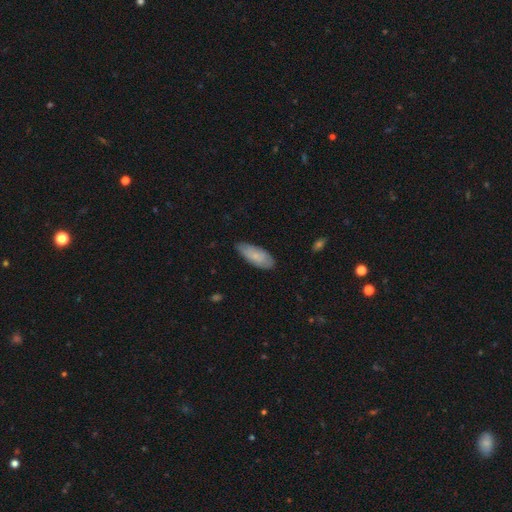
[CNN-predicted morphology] This is likely a smooth galaxy (75%). How rounded: clearly in between (82%). Merging: likely none (74%).